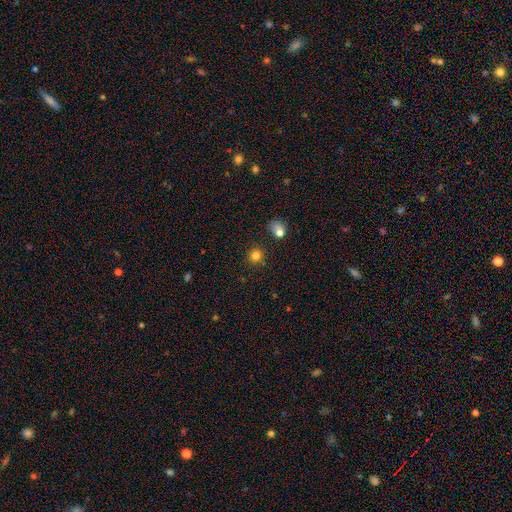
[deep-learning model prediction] Morphology: type=smooth (80%); roundness=round (91%); merging=none (85%).